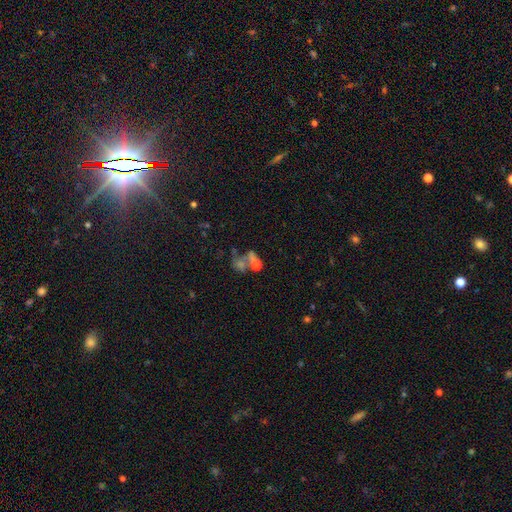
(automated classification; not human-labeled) Smooth or featured: star or artifact — 51% (smooth — 25%)